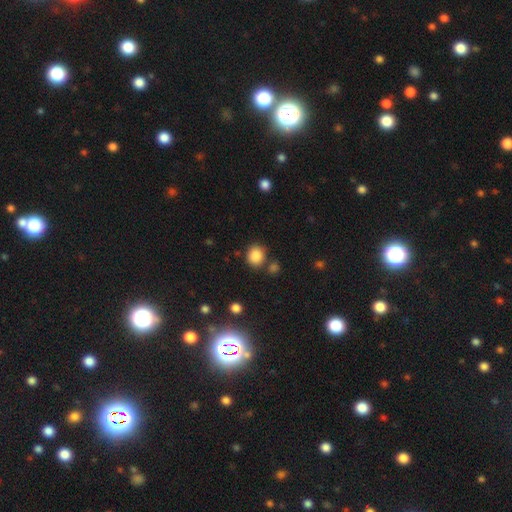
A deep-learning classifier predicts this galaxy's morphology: The model was most divided on "how rounded": round: 77%, in between: 22%, cigar-shaped: 1%. More confident: smooth or featured — smooth (85%); merging — none (78%).